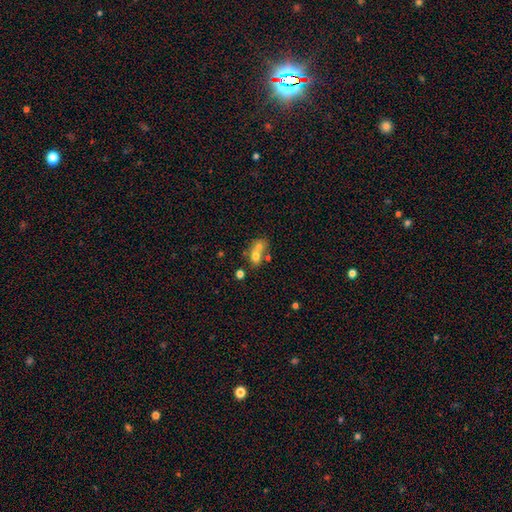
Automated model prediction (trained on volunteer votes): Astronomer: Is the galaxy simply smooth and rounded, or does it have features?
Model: smooth — 66%.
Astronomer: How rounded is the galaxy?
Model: in between — 56% (runner-up: round, 42%).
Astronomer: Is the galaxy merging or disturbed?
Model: merger — 64%.